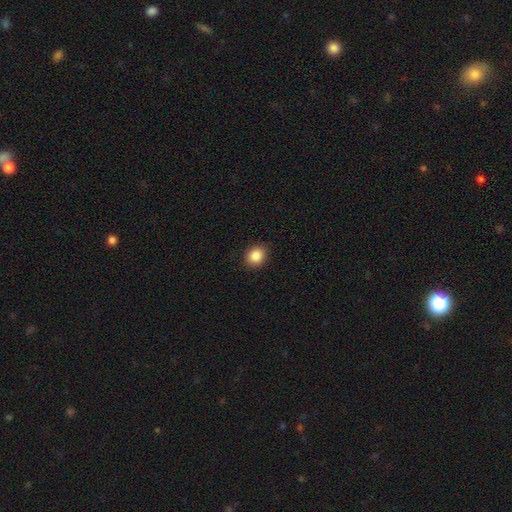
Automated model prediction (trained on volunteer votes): Smooth or featured: smooth — 87% (star or artifact — 9%)
How rounded: round — 69% (in between — 30%)
Merging: none — 88% (minor disturbance — 9%)